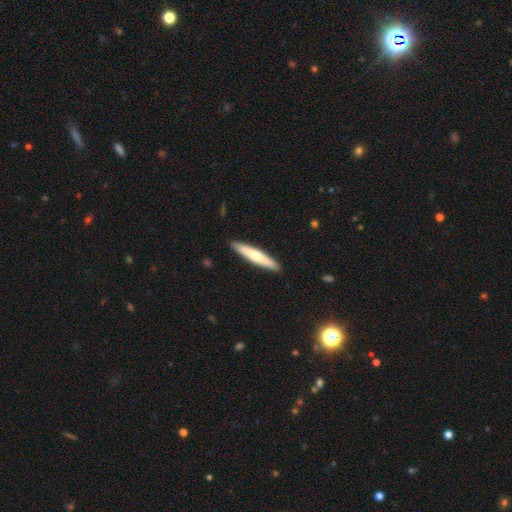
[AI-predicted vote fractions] This is likely a smooth galaxy (62%). How rounded: clearly cigar-shaped (91%). Merging: clearly none (91%).